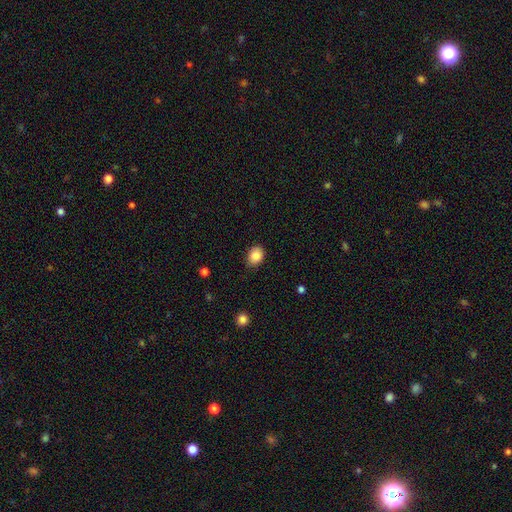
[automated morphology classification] Smooth or featured?
  - smooth: 86% *
  - star or artifact: 9%
  - featured or disk: 5%
How rounded?
  - in between: 65% *
  - round: 34%
  - cigar-shaped: 1%
Merging?
  - none: 82% *
  - minor disturbance: 14%
  - major disturbance: 3%
  - merger: 1%